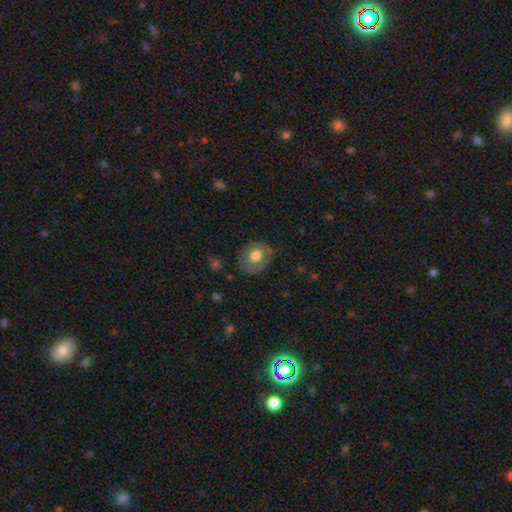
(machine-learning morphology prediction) smooth-or-featured: smooth: 65% | featured or disk: 28% | star or artifact: 7%
  how-rounded: round: 54% | in between: 45% | cigar-shaped: 1%
  merging: none: 72% | minor disturbance: 20% | major disturbance: 7% | merger: 1%